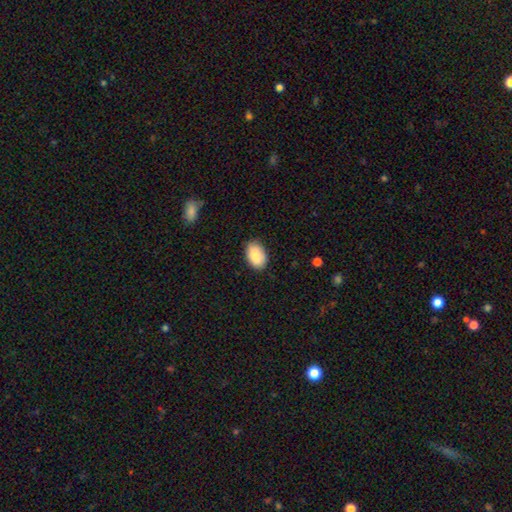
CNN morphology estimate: Smooth or featured: smooth — 85% (featured or disk — 8%)
How rounded: in between — 91% (round — 7%)
Merging: none — 84% (minor disturbance — 12%)